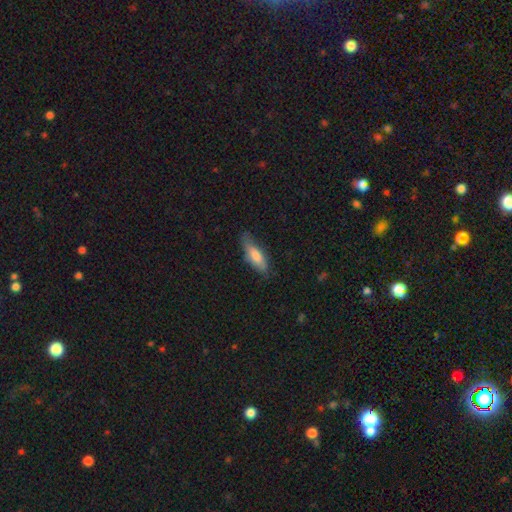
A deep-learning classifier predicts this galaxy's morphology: Smooth or featured? Predicted: smooth (p=0.74). How rounded? Predicted: cigar-shaped (p=0.51). Merging? Predicted: none (p=0.68).